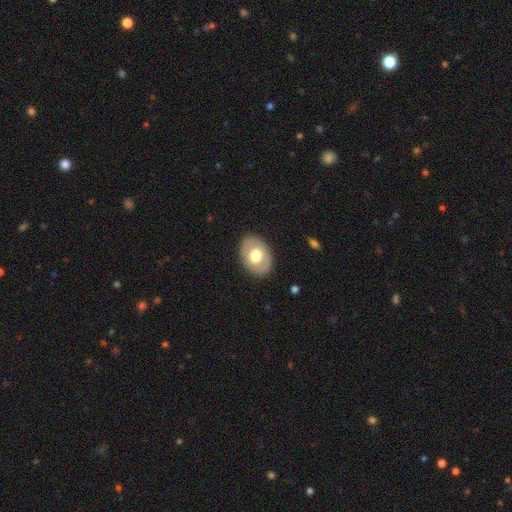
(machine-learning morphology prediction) smooth_or_featured: smooth (p=0.55) [alt: featured or disk p=0.39]
how_rounded: in between (p=0.75) [alt: round p=0.24]
merging: none (p=0.86) [alt: minor disturbance p=0.10]